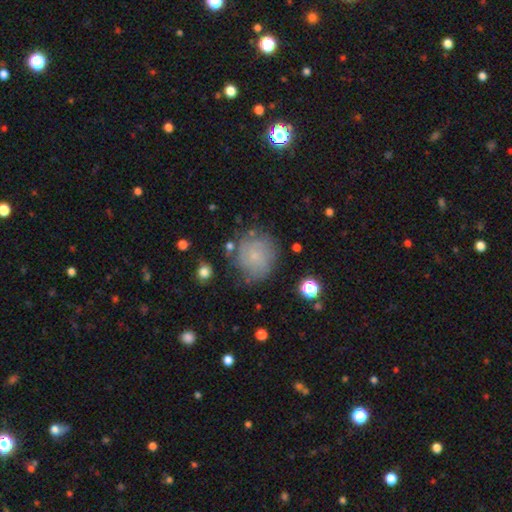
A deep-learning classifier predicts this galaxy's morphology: Smooth or featured?
  - smooth: 51% *
  - featured or disk: 36%
  - star or artifact: 12%
How rounded?
  - round: 86% *
  - in between: 13%
  - cigar-shaped: 1%
Merging?
  - none: 69% *
  - minor disturbance: 20%
  - major disturbance: 8%
  - merger: 3%